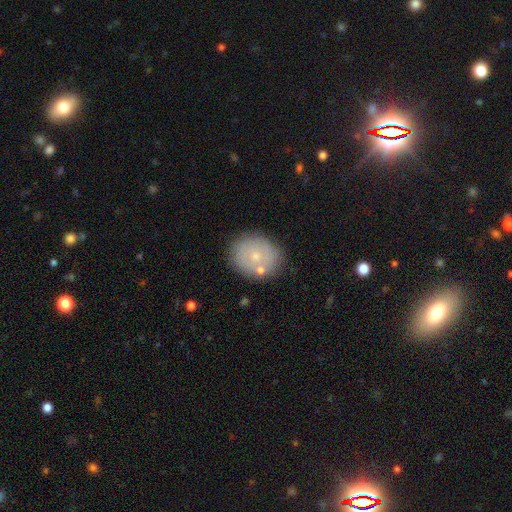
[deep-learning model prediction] A smooth galaxy with no disk features (64%) that is round (63%). Merging: none (76%).